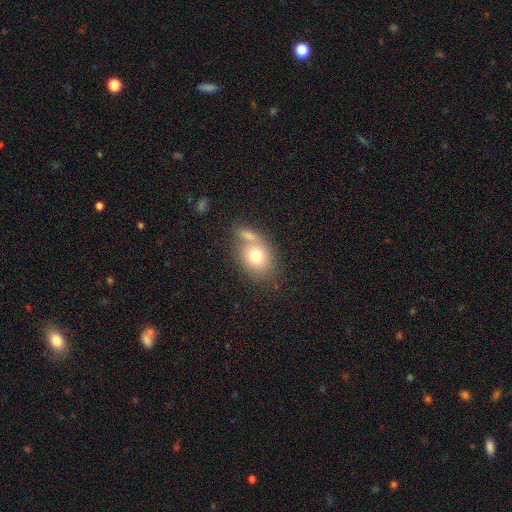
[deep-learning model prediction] A smooth galaxy with no disk features (74%) that is in between round and cigar-shaped (55%).

Vote fractions:
- Smooth or featured? smooth: 74% / featured or disk: 17% / star or artifact: 9%
- How rounded? in between: 55% / round: 43% / cigar-shaped: 1%
- Merging? none: 42% / merger: 37% / minor disturbance: 14% / major disturbance: 7%